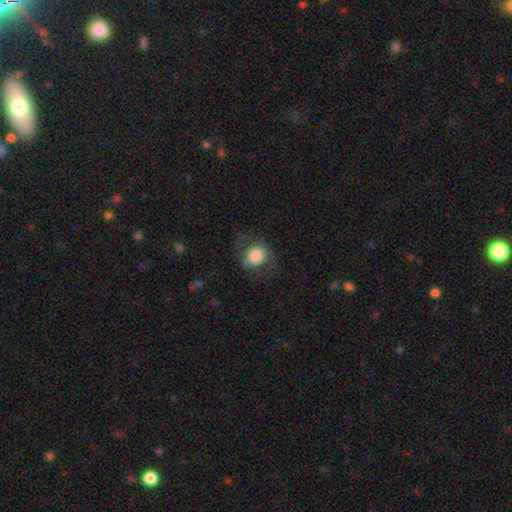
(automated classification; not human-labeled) smooth 74%, featured or disk 18%, star or artifact 8%. Down the decision tree: how rounded — round (62%); merging — none (66%).